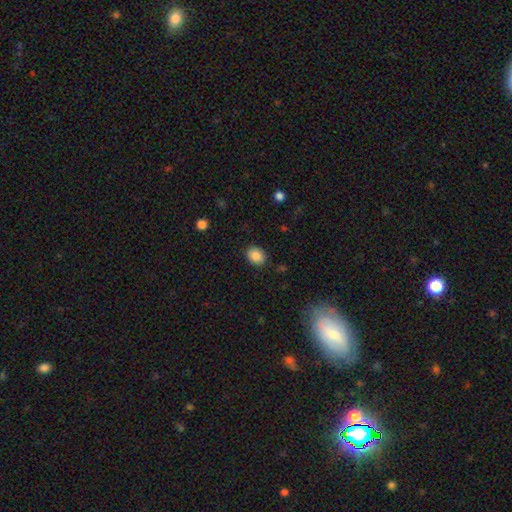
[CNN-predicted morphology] smooth_or_featured: smooth (p=0.87) [alt: star or artifact p=0.09]
how_rounded: in between (p=0.57) [alt: round p=0.42]
merging: none (p=0.87) [alt: minor disturbance p=0.09]